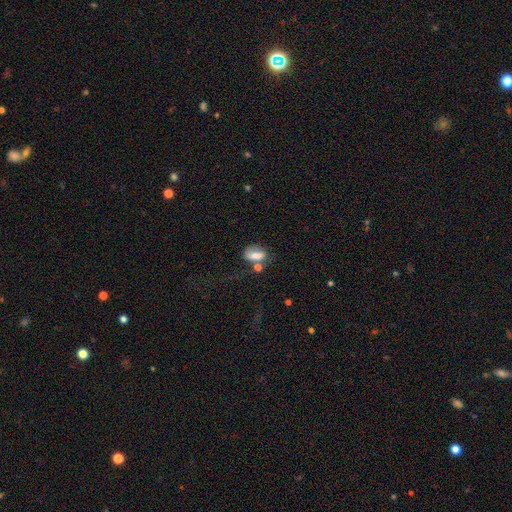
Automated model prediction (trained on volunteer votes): Smooth or featured?
  - smooth: 69% *
  - featured or disk: 21%
  - star or artifact: 11%
How rounded?
  - in between: 81% *
  - round: 14%
  - cigar-shaped: 5%
Merging?
  - none: 36% *
  - merger: 26%
  - minor disturbance: 19%
  - major disturbance: 19%